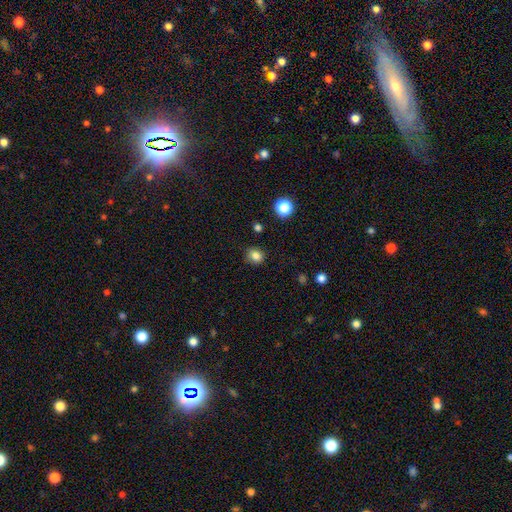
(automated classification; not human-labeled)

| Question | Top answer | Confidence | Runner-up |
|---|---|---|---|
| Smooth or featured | smooth | 83% | star or artifact (12%) |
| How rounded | round | 78% | in between (21%) |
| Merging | none | 83% | minor disturbance (12%) |